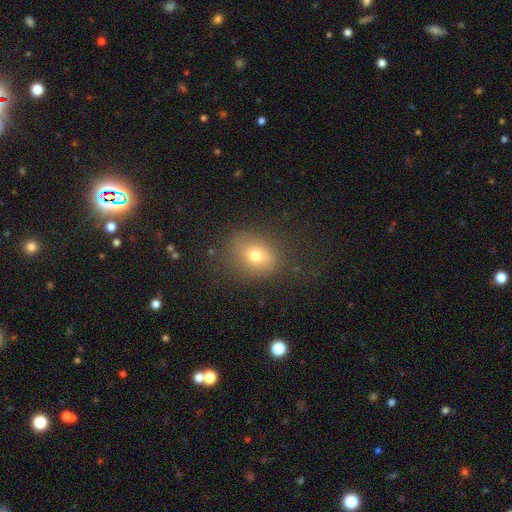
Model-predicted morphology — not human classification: type=smooth (72%); roundness=round (53%); merging=none (76%).